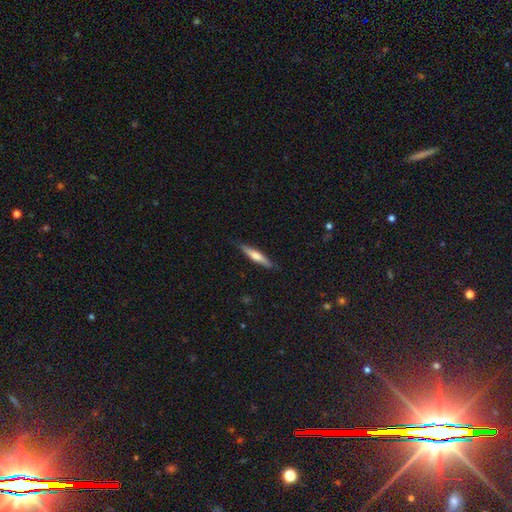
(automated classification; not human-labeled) A smooth galaxy with no disk features (51%) that is cigar-shaped (89%).

Vote fractions:
- Smooth or featured? smooth: 51% / featured or disk: 44% / star or artifact: 6%
- How rounded? cigar-shaped: 89% / in between: 10% / round: 2%
- Merging? none: 86% / minor disturbance: 11% / major disturbance: 2% / merger: 1%